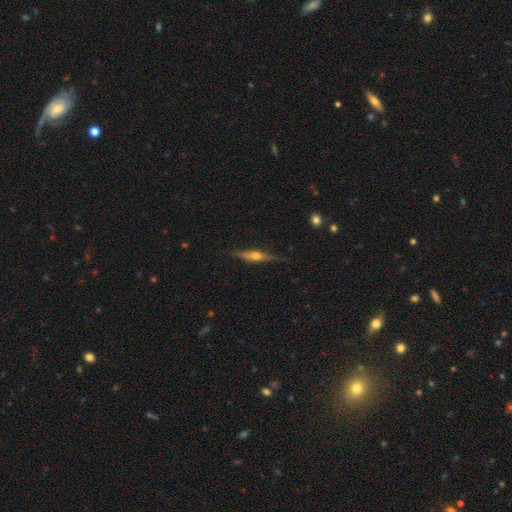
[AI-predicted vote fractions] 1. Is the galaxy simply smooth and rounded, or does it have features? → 65% featured or disk, 28% smooth, 6% star or artifact.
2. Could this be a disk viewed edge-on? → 96% yes, 4% no.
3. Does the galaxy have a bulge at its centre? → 93% rounded, 4% none, 4% boxy.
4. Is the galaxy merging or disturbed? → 82% none, 14% minor disturbance, 3% major disturbance, 1% merger.